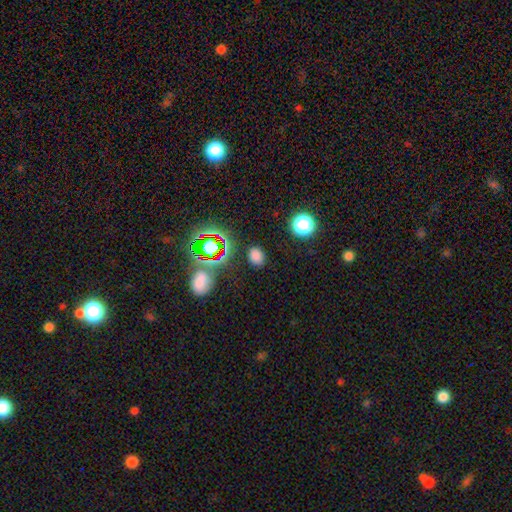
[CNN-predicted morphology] This is likely a smooth galaxy (72%). How rounded: likely in between (62%). Merging: clearly none (85%).